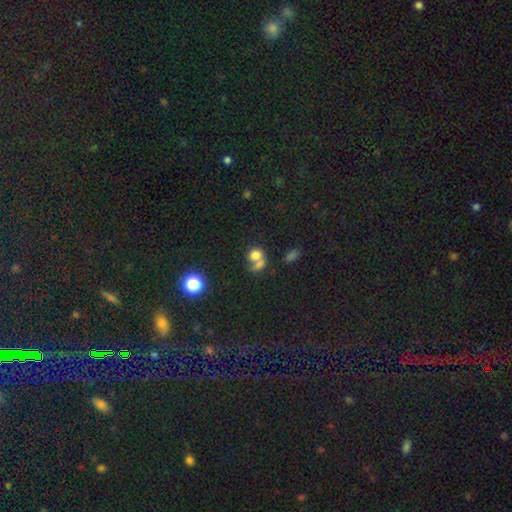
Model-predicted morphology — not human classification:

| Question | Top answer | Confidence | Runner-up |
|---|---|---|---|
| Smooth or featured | smooth | 70% | star or artifact (17%) |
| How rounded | round | 60% | in between (38%) |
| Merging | merger | 52% | none (32%) |